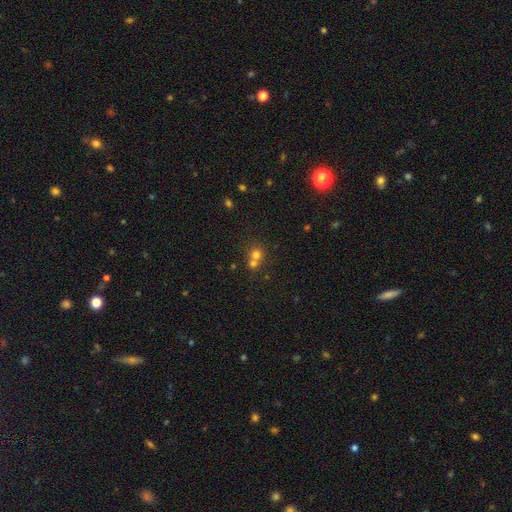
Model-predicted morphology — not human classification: smooth_or_featured: smooth (p=0.64) [alt: star or artifact p=0.23]
how_rounded: round (p=0.87) [alt: in between p=0.12]
merging: none (p=0.47) [alt: merger p=0.44]